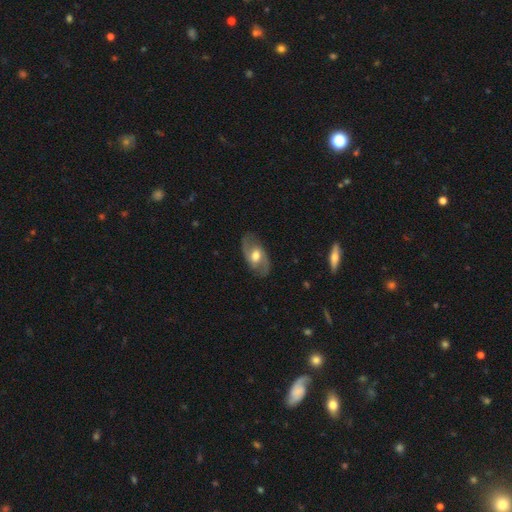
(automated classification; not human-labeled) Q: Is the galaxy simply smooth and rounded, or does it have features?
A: featured or disk — 72%.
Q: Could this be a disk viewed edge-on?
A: no — 93%.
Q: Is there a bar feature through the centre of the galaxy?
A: weak — 45%.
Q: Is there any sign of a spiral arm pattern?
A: yes — 85%.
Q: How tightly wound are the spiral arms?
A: medium — 47%.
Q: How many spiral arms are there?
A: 2 — 89%.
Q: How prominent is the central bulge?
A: moderate — 67%.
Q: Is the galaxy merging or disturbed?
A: none — 82%.